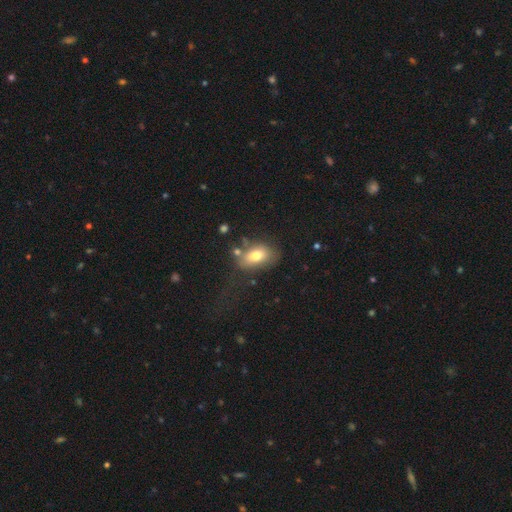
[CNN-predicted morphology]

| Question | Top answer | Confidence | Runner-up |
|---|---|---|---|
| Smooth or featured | smooth | 73% | featured or disk (18%) |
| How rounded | in between | 86% | round (12%) |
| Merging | none | 59% | minor disturbance (21%) |